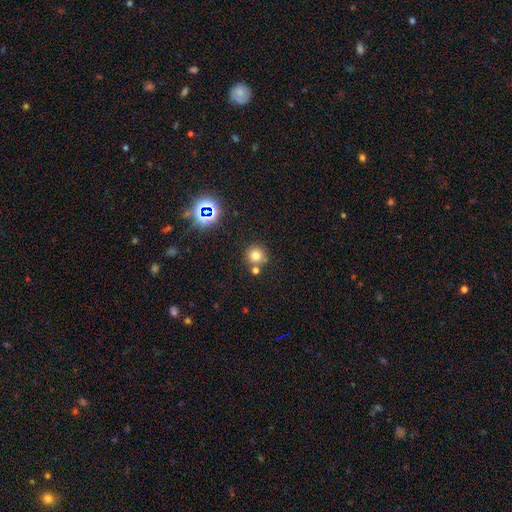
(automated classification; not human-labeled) Smooth or featured?
  - smooth: 74% *
  - star or artifact: 17%
  - featured or disk: 9%
How rounded?
  - round: 93% *
  - in between: 6%
  - cigar-shaped: 1%
Merging?
  - none: 72% *
  - merger: 17%
  - minor disturbance: 8%
  - major disturbance: 3%